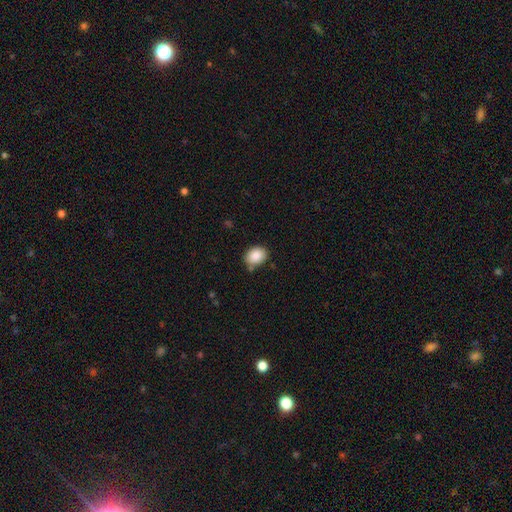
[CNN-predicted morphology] Smooth or featured? smooth (87%)
How rounded? in between (60%)
Merging? none (73%)